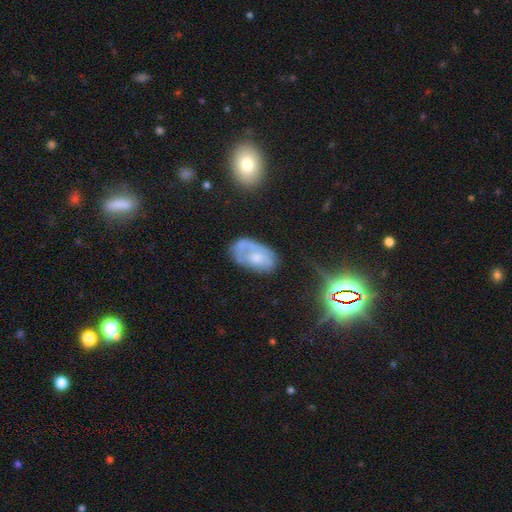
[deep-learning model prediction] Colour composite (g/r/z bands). It shows a smooth galaxy with no disk features (44%, tied with featured or disk). Merging: none (42%).